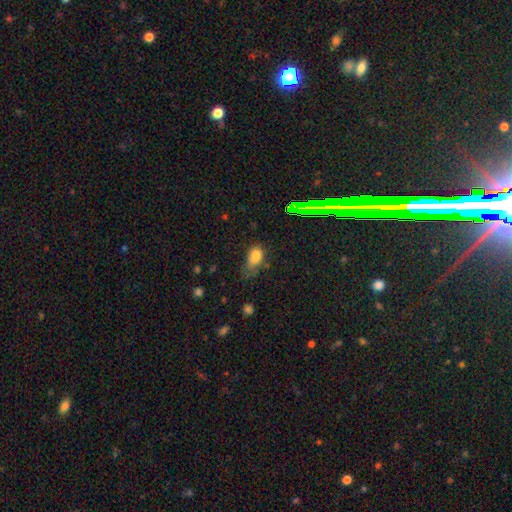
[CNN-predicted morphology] This appears to be a smooth galaxy with no disk features (79%) that is in between round and cigar-shaped (83%). Merging: minor disturbance (37%, tied with none).